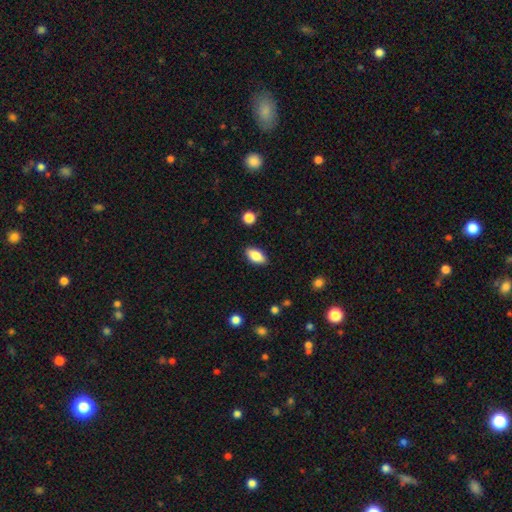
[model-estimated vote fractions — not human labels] A smooth galaxy with no disk features (84%) that is in between round and cigar-shaped (91%). Merging: none (87%).